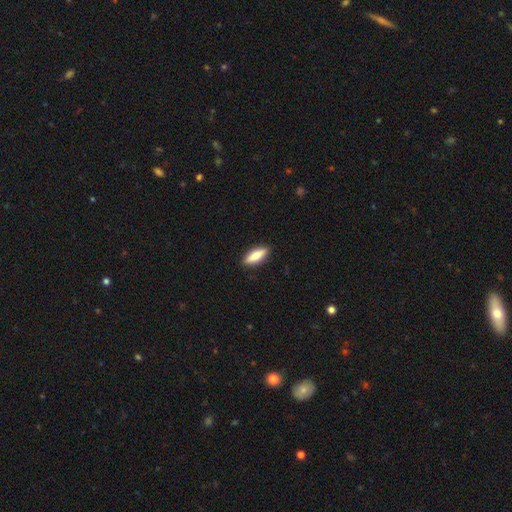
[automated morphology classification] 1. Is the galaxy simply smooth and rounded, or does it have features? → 77% smooth, 17% featured or disk, 6% star or artifact.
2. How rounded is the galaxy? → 51% in between, 47% cigar-shaped, 2% round.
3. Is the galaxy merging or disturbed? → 89% none, 8% minor disturbance, 2% major disturbance, 1% merger.